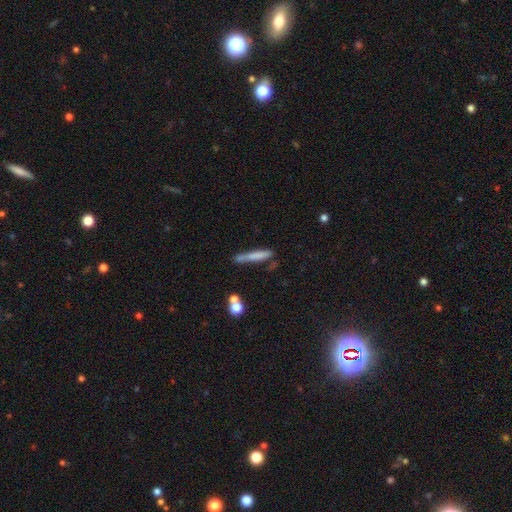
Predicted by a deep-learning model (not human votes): smooth-or-featured: smooth: 68% | featured or disk: 24% | star or artifact: 8%
  how-rounded: cigar-shaped: 92% | in between: 6% | round: 2%
  merging: none: 64% | minor disturbance: 21% | merger: 9% | major disturbance: 6%